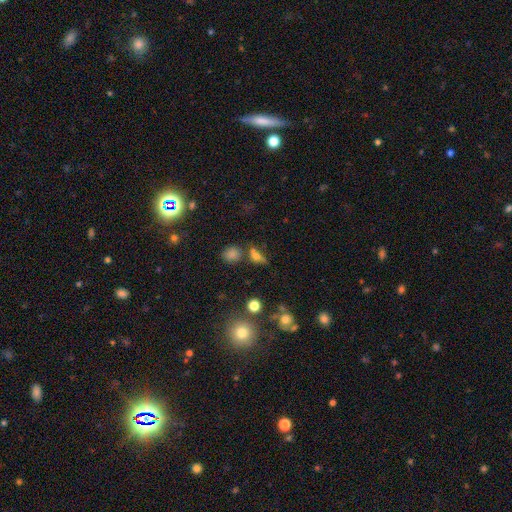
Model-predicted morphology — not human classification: smooth 63%, star or artifact 19%, featured or disk 17%. Down the decision tree: how rounded — in between (59%); merging — none (56%).